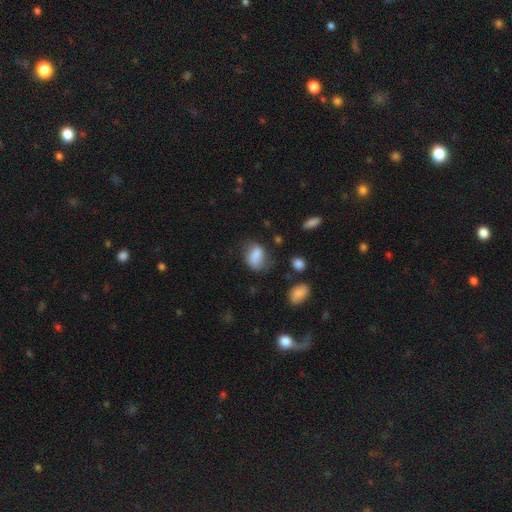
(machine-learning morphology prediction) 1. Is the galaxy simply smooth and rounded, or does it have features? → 79% smooth, 12% featured or disk, 9% star or artifact.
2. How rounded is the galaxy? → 79% in between, 19% round, 2% cigar-shaped.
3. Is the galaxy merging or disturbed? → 54% none, 30% minor disturbance, 13% major disturbance, 3% merger.